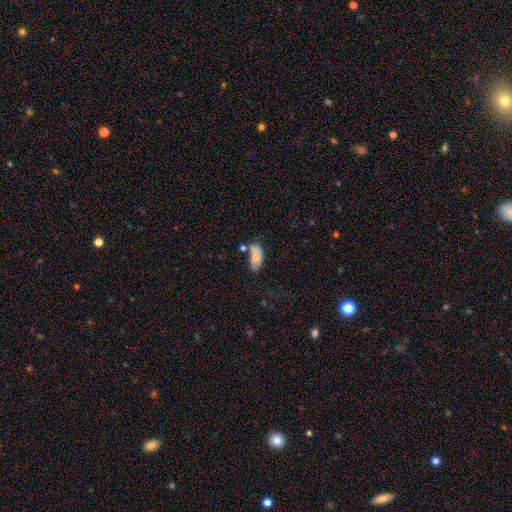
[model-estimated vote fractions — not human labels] Q: Smooth or featured?
A: smooth (78%); runner-up: featured or disk (14%)
Q: How rounded?
A: in between (91%); runner-up: cigar-shaped (6%)
Q: Merging?
A: none (45%); runner-up: minor disturbance (23%)